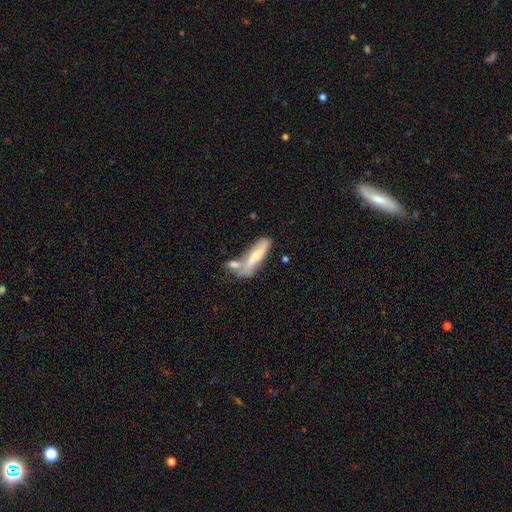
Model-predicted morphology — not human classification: type=featured or disk (49%); merging=none (39%).